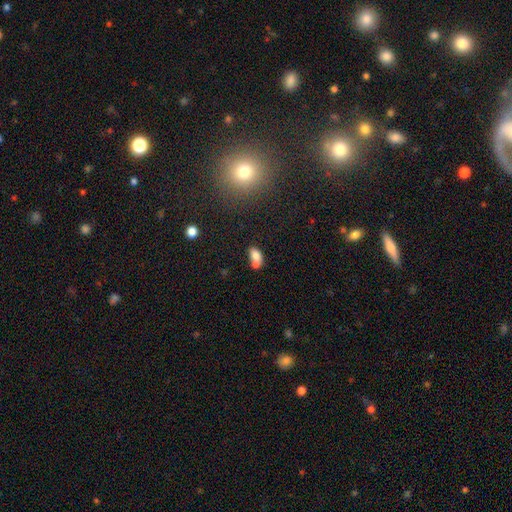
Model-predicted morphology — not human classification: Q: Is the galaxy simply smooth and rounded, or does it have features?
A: smooth — 73%.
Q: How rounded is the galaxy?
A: in between — 80%.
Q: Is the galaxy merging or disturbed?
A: merger — 59%.